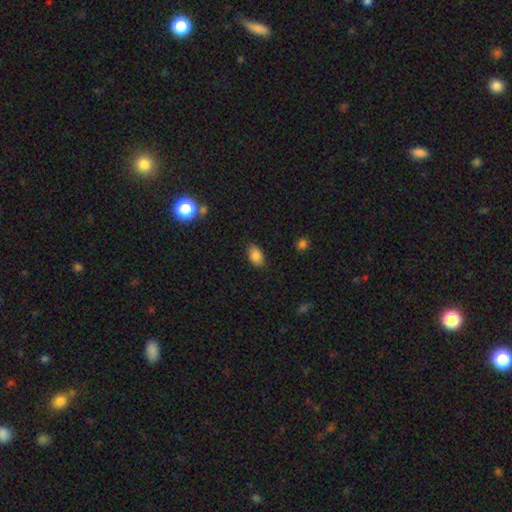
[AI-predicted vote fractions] Smooth or featured: smooth — 85% (star or artifact — 9%)
How rounded: in between — 91% (round — 7%)
Merging: none — 83% (minor disturbance — 13%)